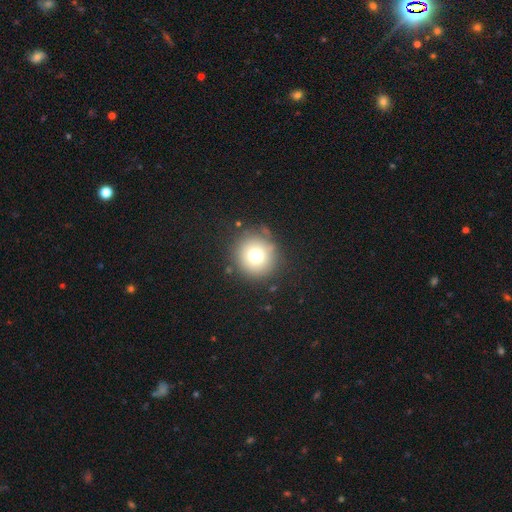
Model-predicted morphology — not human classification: type=smooth (73%); roundness=round (93%); merging=none (84%).